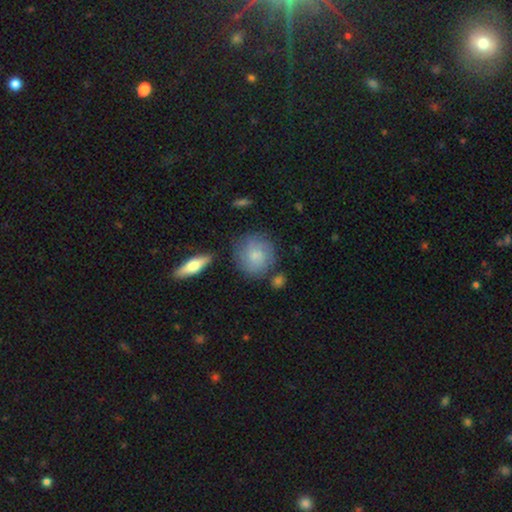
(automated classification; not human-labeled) A smooth galaxy with no disk features (64%) that is round (86%).

Vote fractions:
- Smooth or featured? smooth: 64% / featured or disk: 29% / star or artifact: 7%
- How rounded? round: 86% / in between: 13% / cigar-shaped: 2%
- Merging? none: 74% / minor disturbance: 17% / major disturbance: 5% / merger: 4%